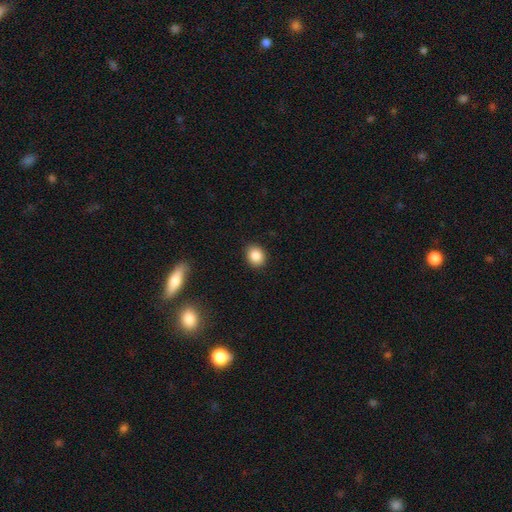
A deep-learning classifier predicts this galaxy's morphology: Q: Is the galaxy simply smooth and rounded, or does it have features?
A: smooth — 86%.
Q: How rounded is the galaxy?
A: round — 59%.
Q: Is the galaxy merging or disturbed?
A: none — 89%.